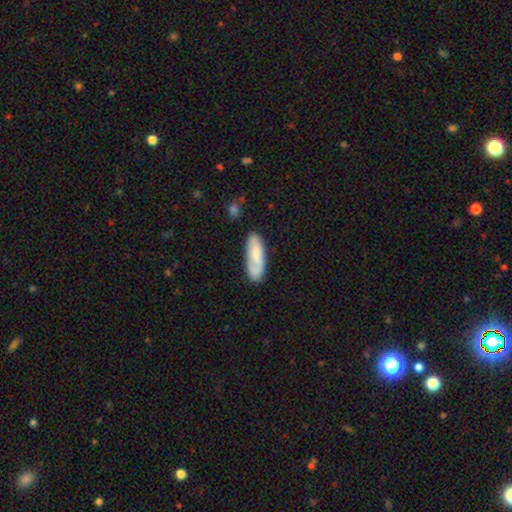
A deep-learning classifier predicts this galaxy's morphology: Smooth or featured: smooth — 71% (featured or disk — 23%)
How rounded: in between — 62% (cigar-shaped — 36%)
Merging: none — 74% (minor disturbance — 18%)